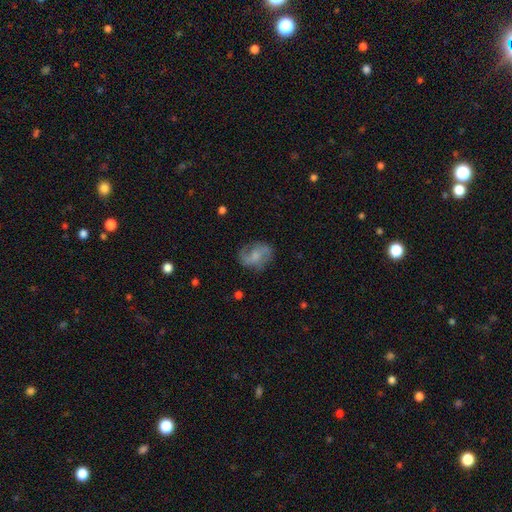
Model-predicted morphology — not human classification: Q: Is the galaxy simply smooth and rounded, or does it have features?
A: featured or disk — 56%.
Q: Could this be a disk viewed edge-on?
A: no — 97%.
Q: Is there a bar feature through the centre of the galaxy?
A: no — 51%.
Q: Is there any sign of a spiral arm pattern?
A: yes — 82%.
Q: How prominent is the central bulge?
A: moderate — 34%.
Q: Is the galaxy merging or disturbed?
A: none — 68%.